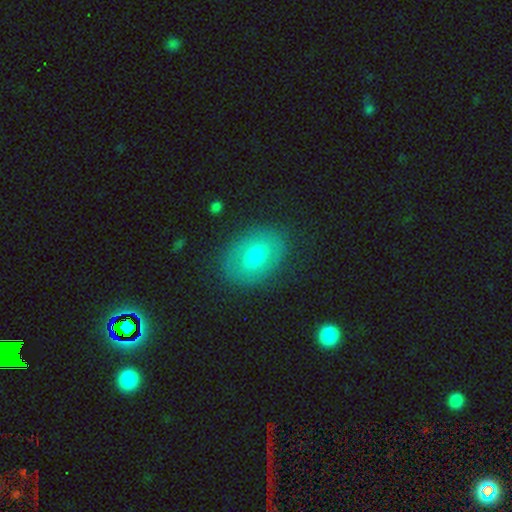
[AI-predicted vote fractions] Morphology: type=smooth (60%); roundness=in between (82%); merging=none (82%).